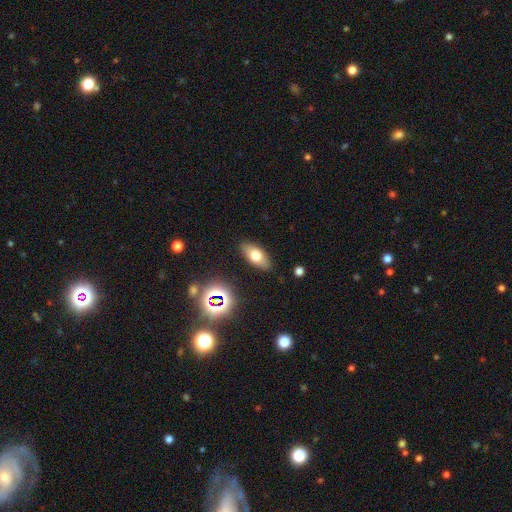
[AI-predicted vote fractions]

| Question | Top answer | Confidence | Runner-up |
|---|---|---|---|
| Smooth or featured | smooth | 68% | featured or disk (21%) |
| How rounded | in between | 86% | cigar-shaped (9%) |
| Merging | none | 87% | minor disturbance (9%) |